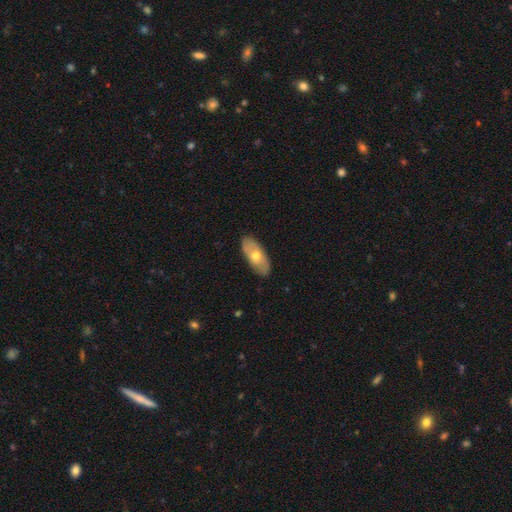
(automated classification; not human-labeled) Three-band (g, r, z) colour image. It shows a smooth galaxy with no disk features (58%) that is in between round and cigar-shaped (85%). Merging: none (86%).